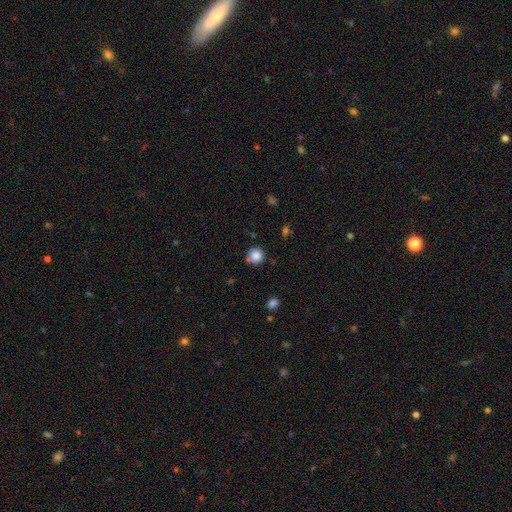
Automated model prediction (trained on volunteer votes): Smooth or featured: smooth — 85% (star or artifact — 10%)
How rounded: round — 92% (in between — 7%)
Merging: none — 75% (minor disturbance — 15%)